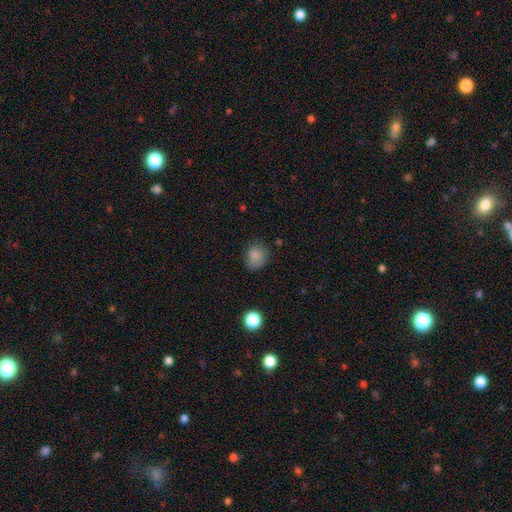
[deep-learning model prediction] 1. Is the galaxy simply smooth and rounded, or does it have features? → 82% smooth, 11% star or artifact, 6% featured or disk.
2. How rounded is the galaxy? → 60% round, 39% in between, 1% cigar-shaped.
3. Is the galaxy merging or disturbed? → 64% none, 26% minor disturbance, 7% major disturbance, 3% merger.